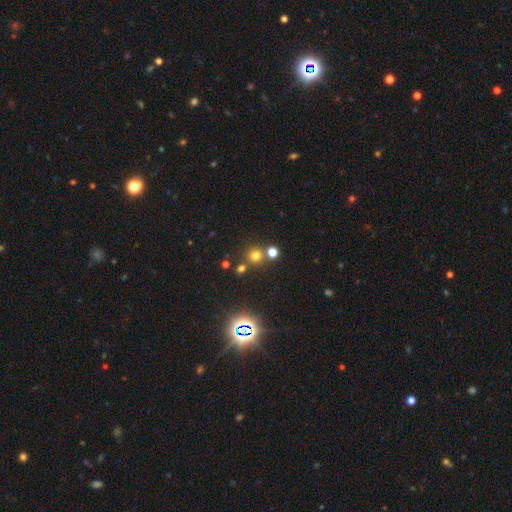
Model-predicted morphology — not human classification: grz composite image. It shows a smooth galaxy with no disk features (64%) that is round (91%). Merging: none (71%).